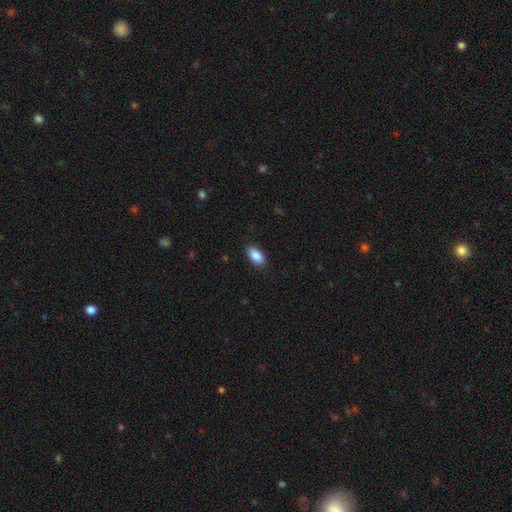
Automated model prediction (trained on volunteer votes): smooth-or-featured: smooth: 89% | star or artifact: 7% | featured or disk: 4%
  how-rounded: in between: 93% | cigar-shaped: 4% | round: 3%
  merging: none: 88% | minor disturbance: 9% | major disturbance: 2% | merger: 1%